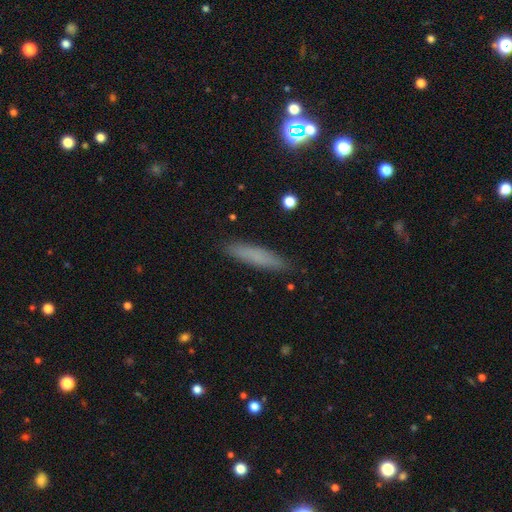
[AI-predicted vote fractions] This is likely a smooth galaxy (76%). How rounded: clearly cigar-shaped (86%). Merging: clearly none (88%).